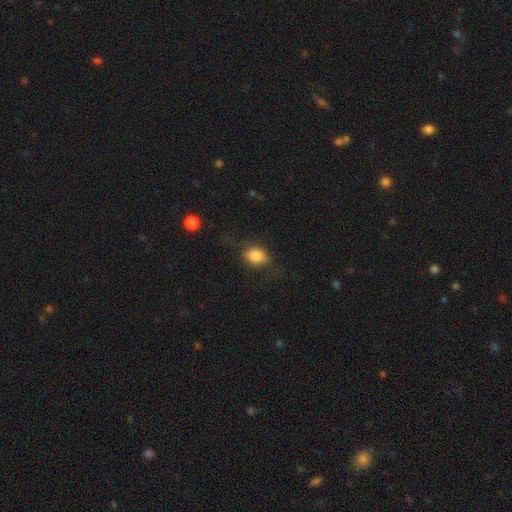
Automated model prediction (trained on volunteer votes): This is clearly a smooth galaxy (84%). How rounded: likely in between (69%). Merging: likely none (70%).